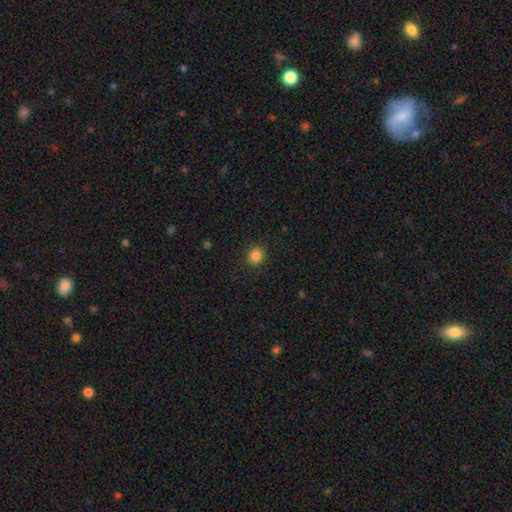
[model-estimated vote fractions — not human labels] smooth_or_featured: smooth (p=0.85) [alt: star or artifact p=0.12]
how_rounded: round (p=0.89) [alt: in between p=0.10]
merging: none (p=0.90) [alt: minor disturbance p=0.07]